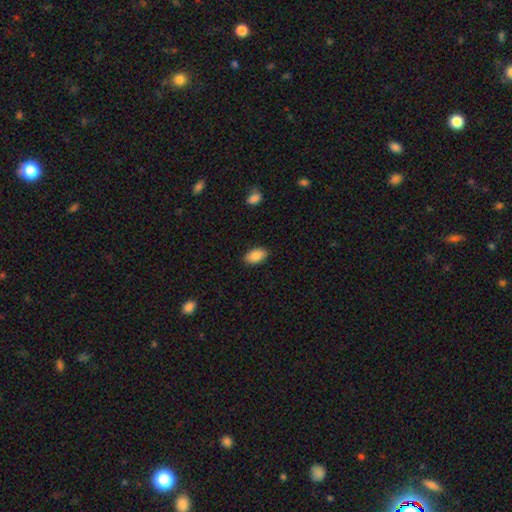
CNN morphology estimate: Smooth or featured?
  - smooth: 87% *
  - star or artifact: 7%
  - featured or disk: 6%
How rounded?
  - in between: 93% *
  - round: 5%
  - cigar-shaped: 2%
Merging?
  - none: 88% *
  - minor disturbance: 9%
  - major disturbance: 2%
  - merger: 1%